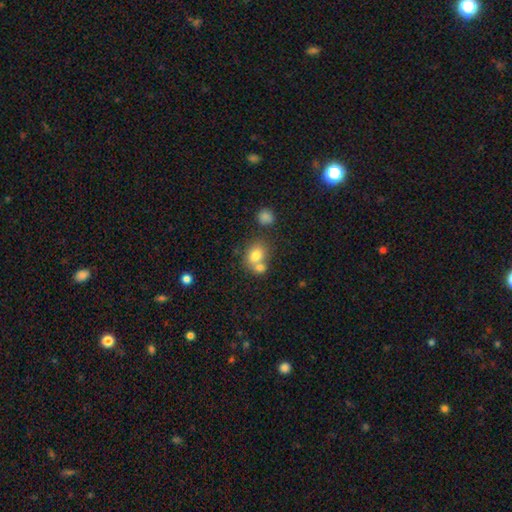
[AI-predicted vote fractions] A smooth galaxy with no disk features (76%) that is round (54%). Merging: merger (48%).